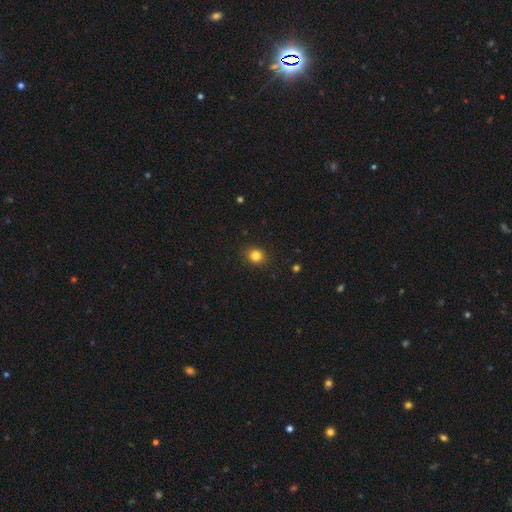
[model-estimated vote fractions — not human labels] Q: Smooth or featured?
A: smooth (83%); runner-up: star or artifact (12%)
Q: How rounded?
A: round (75%); runner-up: in between (24%)
Q: Merging?
A: none (90%); runner-up: minor disturbance (7%)